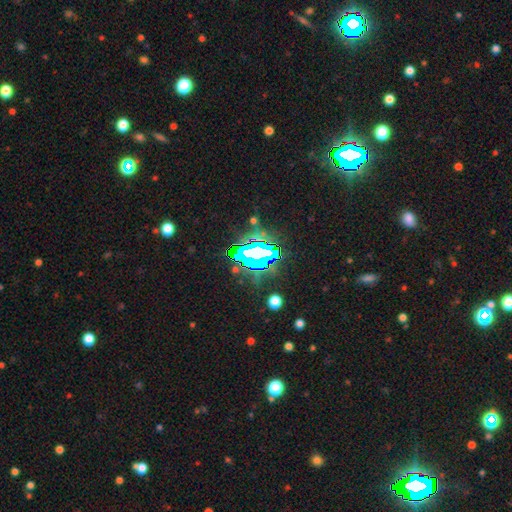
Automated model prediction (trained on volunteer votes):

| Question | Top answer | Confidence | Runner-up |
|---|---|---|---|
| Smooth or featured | star or artifact | 69% | smooth (16%) |